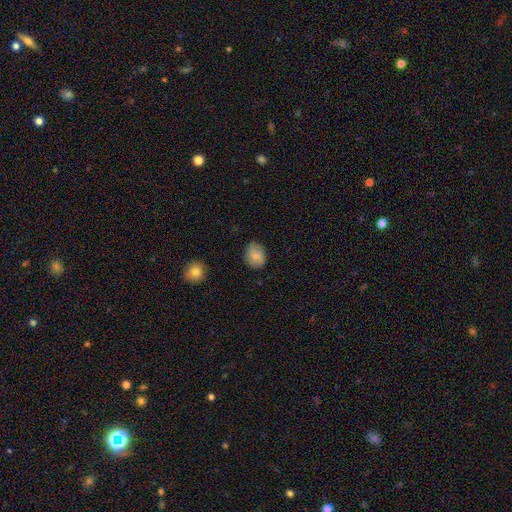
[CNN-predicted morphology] A smooth galaxy with no disk features (81%) that is in between round and cigar-shaped (51%).

Vote fractions:
- Smooth or featured? smooth: 81% / featured or disk: 12% / star or artifact: 8%
- How rounded? in between: 51% / round: 48% / cigar-shaped: 1%
- Merging? none: 79% / minor disturbance: 16% / major disturbance: 3% / merger: 1%